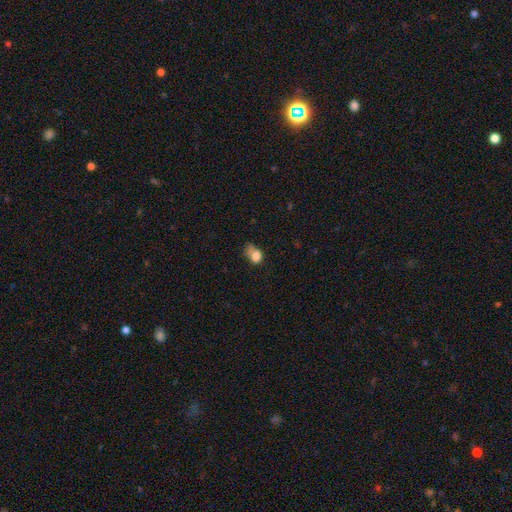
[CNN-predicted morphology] smooth 76%, featured or disk 12%, star or artifact 12%. Down the decision tree: how rounded — in between (61%); merging — minor disturbance (33%).